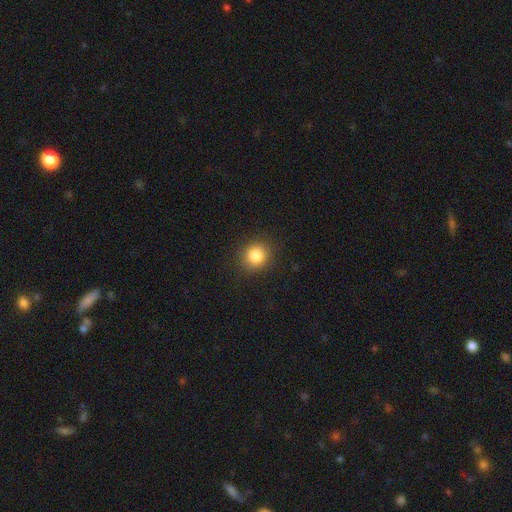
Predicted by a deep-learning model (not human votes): Smooth or featured: smooth — 84% (star or artifact — 11%)
How rounded: round — 87% (in between — 12%)
Merging: none — 89% (minor disturbance — 7%)